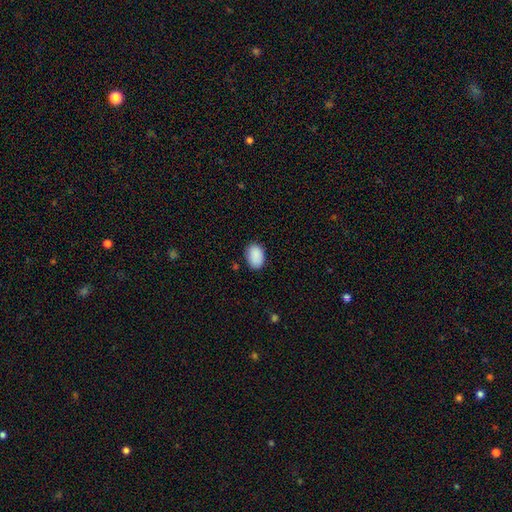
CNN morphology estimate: Smooth or featured? smooth (90%)
How rounded? in between (81%)
Merging? none (83%)